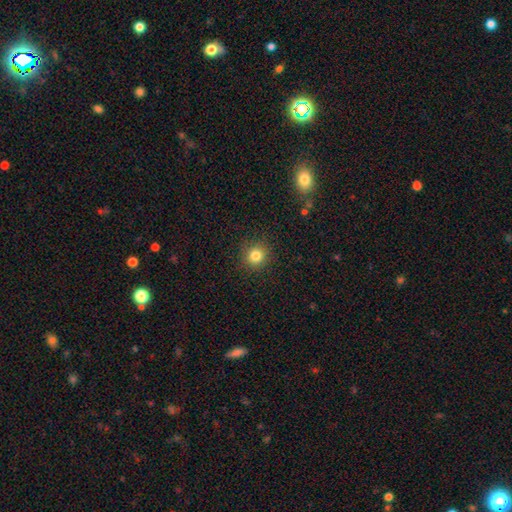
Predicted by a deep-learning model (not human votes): This appears to be a smooth galaxy with no disk features (82%) that is round (92%). Merging: none (91%).